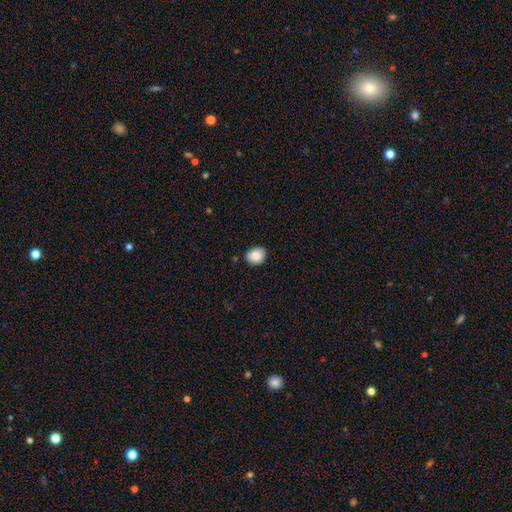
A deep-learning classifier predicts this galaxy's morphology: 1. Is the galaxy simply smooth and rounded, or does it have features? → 86% smooth, 8% star or artifact, 6% featured or disk.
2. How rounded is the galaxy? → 52% round, 47% in between, 1% cigar-shaped.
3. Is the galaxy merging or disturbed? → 82% none, 14% minor disturbance, 2% major disturbance, 2% merger.